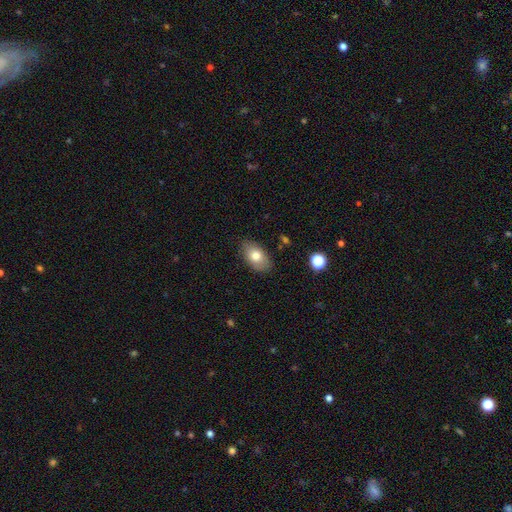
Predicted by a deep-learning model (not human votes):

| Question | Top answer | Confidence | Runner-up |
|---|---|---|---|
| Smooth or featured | smooth | 77% | featured or disk (15%) |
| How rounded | in between | 91% | round (8%) |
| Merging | none | 83% | minor disturbance (13%) |